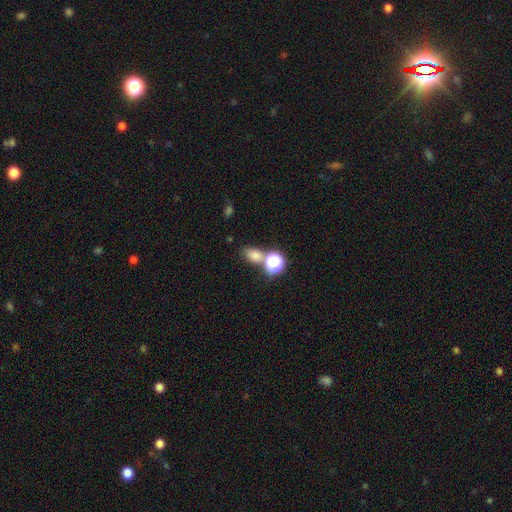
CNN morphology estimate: This appears to be a smooth galaxy with no disk features (73%) that is in between round and cigar-shaped (62%). Merging: none (58%).